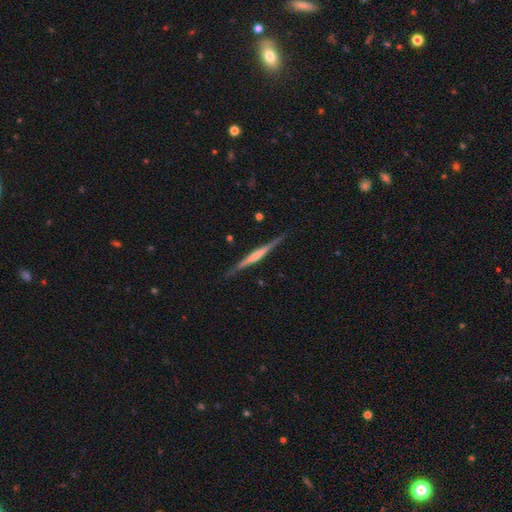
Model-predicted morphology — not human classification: featured or disk 72%, smooth 22%, star or artifact 5%. Down the decision tree: edge-on disk — yes (98%); edge-on bulge — rounded (42%); merging — none (87%).